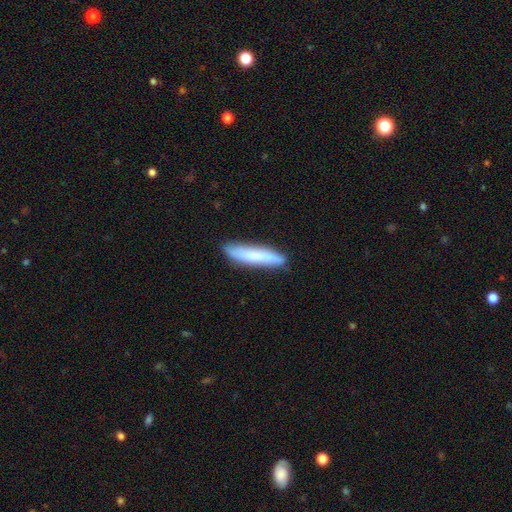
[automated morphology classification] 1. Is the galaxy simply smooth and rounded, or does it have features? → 75% smooth, 19% featured or disk, 6% star or artifact.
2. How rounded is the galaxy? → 89% cigar-shaped, 9% in between, 1% round.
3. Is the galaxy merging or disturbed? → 85% none, 12% minor disturbance, 2% major disturbance, 1% merger.